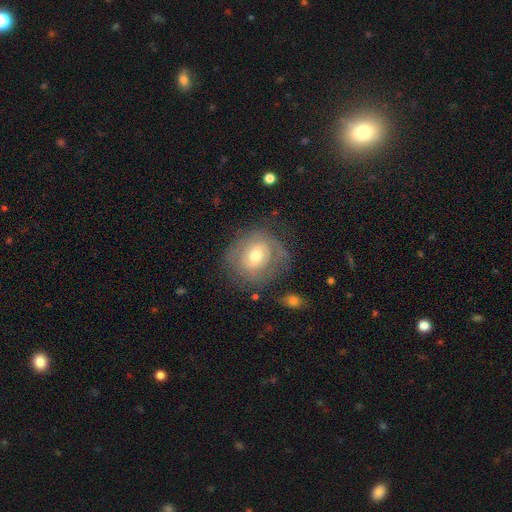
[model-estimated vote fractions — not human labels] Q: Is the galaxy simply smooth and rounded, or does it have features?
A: featured or disk — 57%.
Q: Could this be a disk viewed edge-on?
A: no — 96%.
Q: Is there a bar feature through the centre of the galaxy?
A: no — 59%.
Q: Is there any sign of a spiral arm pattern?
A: yes — 67%.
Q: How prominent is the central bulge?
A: moderate — 69%.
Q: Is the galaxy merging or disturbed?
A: none — 62%.